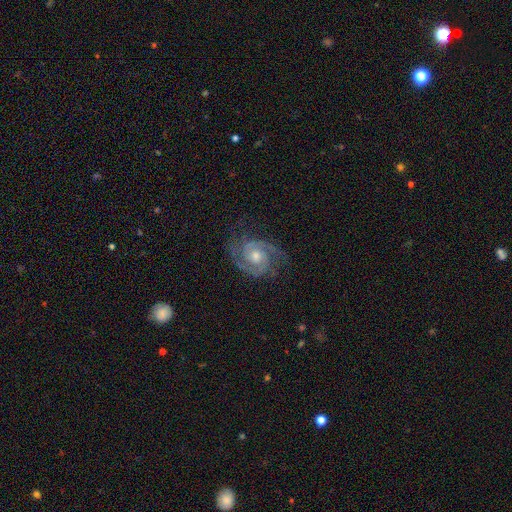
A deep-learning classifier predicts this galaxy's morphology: featured or disk 92%, star or artifact 4%, smooth 3%. Down the decision tree: edge-on disk — no (98%); bar — no (63%); spiral arms — yes (98%); spiral arm count — 2 (89%); spiral winding — tight (51%); bulge size — moderate (67%); merging — none (78%).